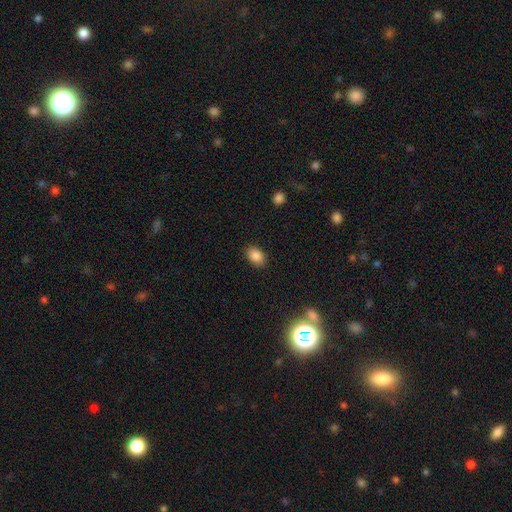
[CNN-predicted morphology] Smooth or featured: smooth — 86% (star or artifact — 10%)
How rounded: in between — 82% (round — 17%)
Merging: none — 87% (minor disturbance — 9%)